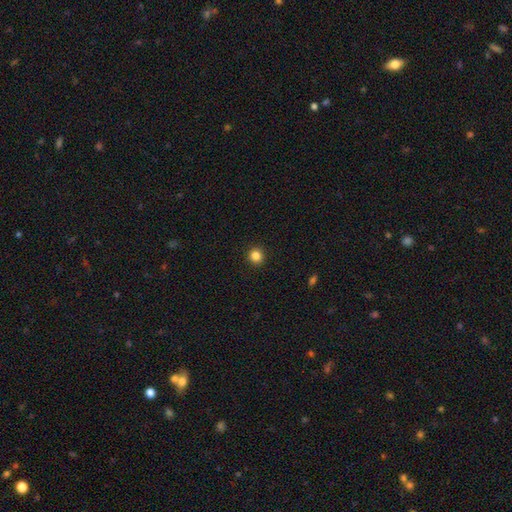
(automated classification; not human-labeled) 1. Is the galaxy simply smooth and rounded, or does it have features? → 85% smooth, 12% star or artifact, 4% featured or disk.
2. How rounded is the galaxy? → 94% round, 5% in between, 1% cigar-shaped.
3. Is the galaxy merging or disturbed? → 93% none, 4% minor disturbance, 2% major disturbance, 1% merger.